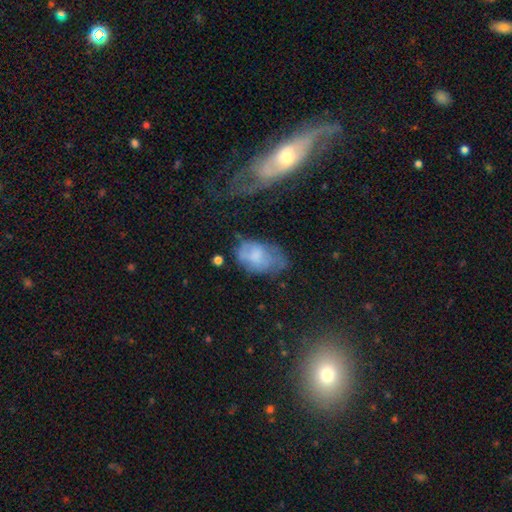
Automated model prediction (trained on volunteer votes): The model was most divided on "merging": none: 40%, minor disturbance: 32%, major disturbance: 22%, merger: 6%. More confident: how rounded — in between (90%); smooth or featured — smooth (57%).